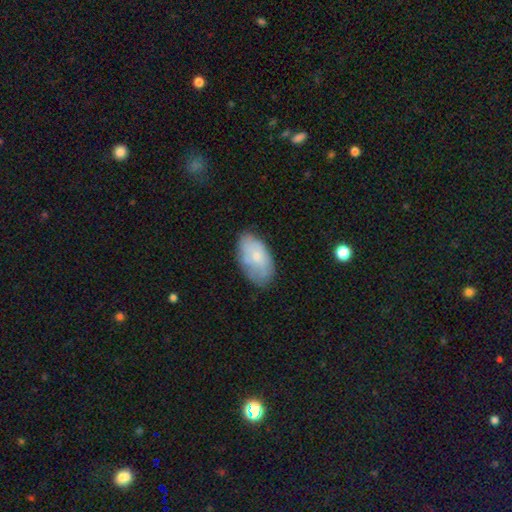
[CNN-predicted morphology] A smooth galaxy with no disk features (70%) that is in between round and cigar-shaped (94%). Merging: none (67%).